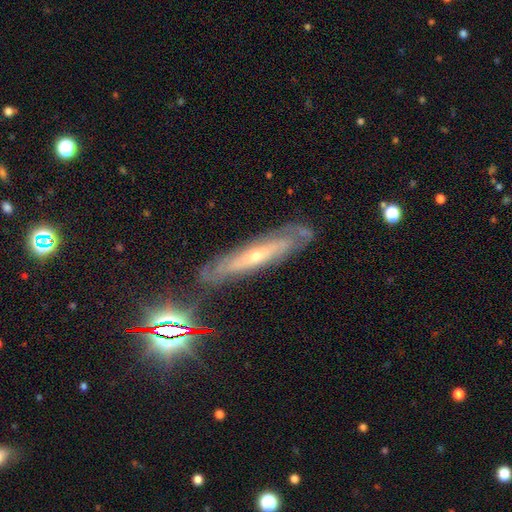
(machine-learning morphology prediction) featured or disk 74%, smooth 14%, star or artifact 12%. Down the decision tree: edge-on disk — yes (51%); merging — none (77%).